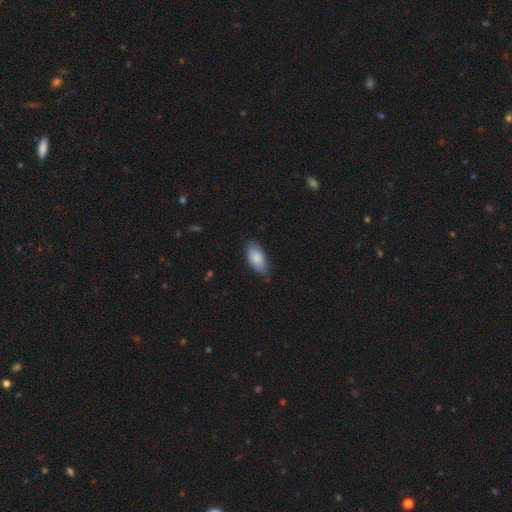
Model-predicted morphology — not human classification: type=smooth (86%); roundness=in between (92%); merging=none (73%).